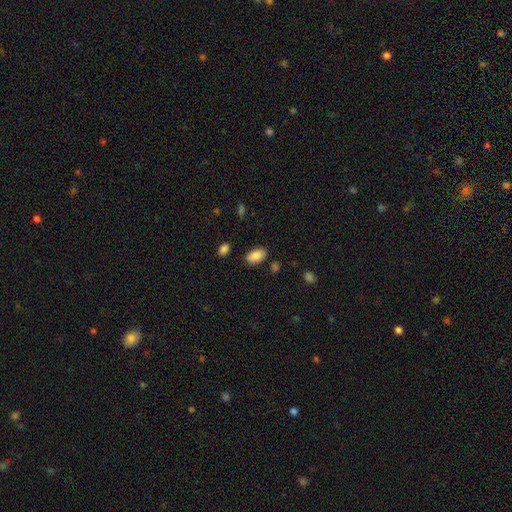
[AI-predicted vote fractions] A smooth galaxy with no disk features (87%) that is in between round and cigar-shaped (94%).

Vote fractions:
- Smooth or featured? smooth: 87% / star or artifact: 7% / featured or disk: 6%
- How rounded? in between: 94% / round: 4% / cigar-shaped: 2%
- Merging? none: 84% / minor disturbance: 11% / major disturbance: 3% / merger: 3%